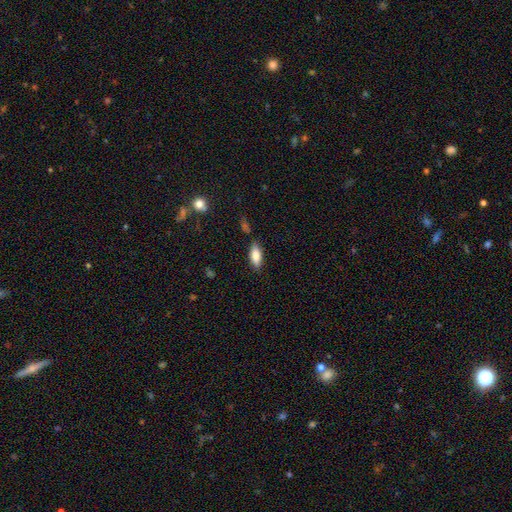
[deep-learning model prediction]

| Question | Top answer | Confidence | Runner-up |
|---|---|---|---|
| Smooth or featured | smooth | 82% | featured or disk (11%) |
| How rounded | in between | 76% | cigar-shaped (22%) |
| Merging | none | 80% | minor disturbance (13%) |